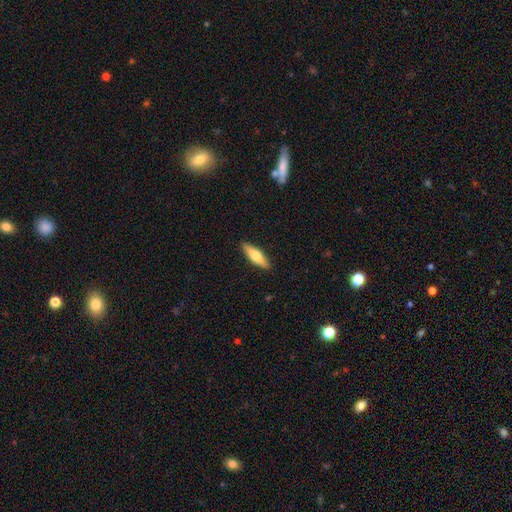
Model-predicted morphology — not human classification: A smooth galaxy with no disk features (63%) that is cigar-shaped (62%).

Vote fractions:
- Smooth or featured? smooth: 63% / featured or disk: 32% / star or artifact: 5%
- How rounded? cigar-shaped: 62% / in between: 36% / round: 2%
- Merging? none: 90% / minor disturbance: 7% / major disturbance: 2% / merger: 1%